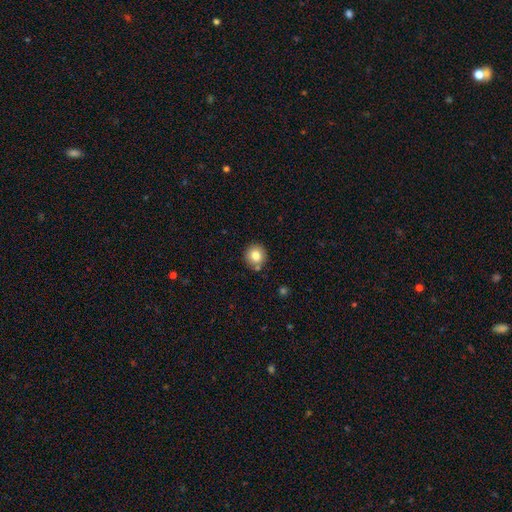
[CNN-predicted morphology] Overall: smooth (81%). How rounded: round (92%). Merging: none (82%).